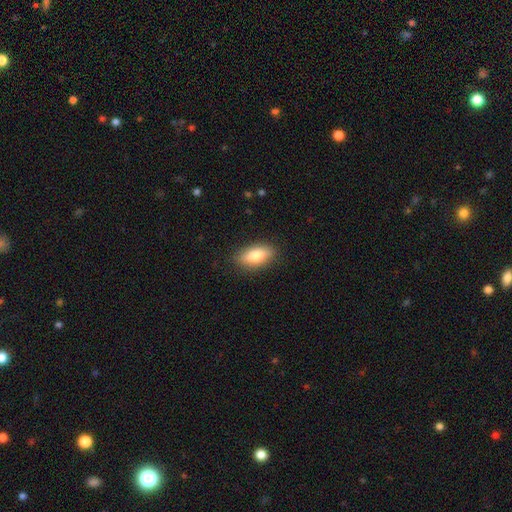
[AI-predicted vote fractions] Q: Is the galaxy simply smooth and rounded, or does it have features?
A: smooth — 78%.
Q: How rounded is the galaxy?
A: in between — 82%.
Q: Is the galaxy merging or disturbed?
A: none — 86%.